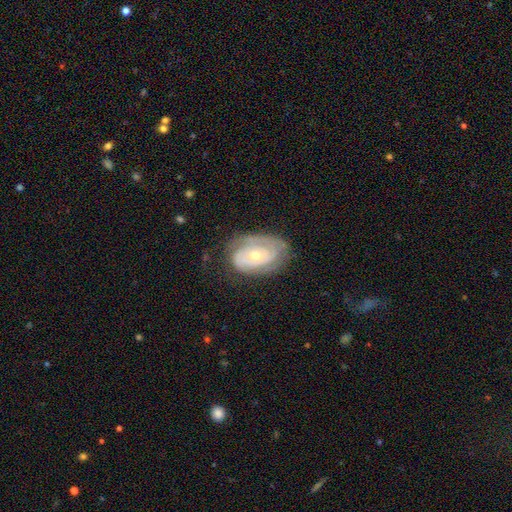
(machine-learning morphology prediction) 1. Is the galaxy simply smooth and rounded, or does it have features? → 77% featured or disk, 17% smooth, 6% star or artifact.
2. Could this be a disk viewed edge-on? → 95% no, 5% yes.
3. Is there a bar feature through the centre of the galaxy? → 70% no, 23% weak, 7% strong.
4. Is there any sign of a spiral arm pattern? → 85% yes, 15% no.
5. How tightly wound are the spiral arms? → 69% tight, 23% medium, 8% loose.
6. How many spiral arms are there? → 40% 2, 35% can't tell, 11% 1, 9% 3, 3% 4, 2% more than 4.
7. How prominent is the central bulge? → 54% small, 42% moderate, 2% large, 1% none, 1% dominant.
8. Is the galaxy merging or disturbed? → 68% none, 21% minor disturbance, 10% major disturbance, 1% merger.